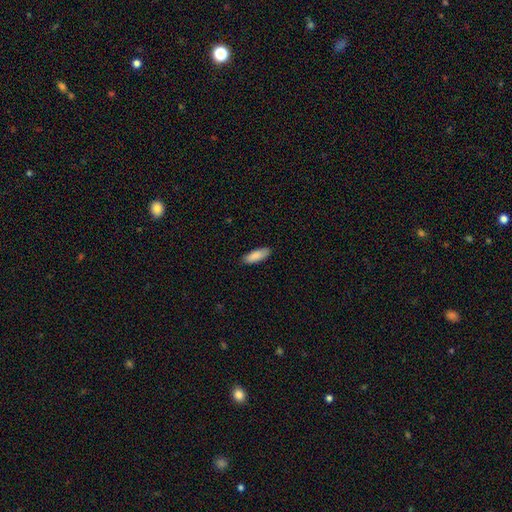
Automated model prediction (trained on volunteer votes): A smooth galaxy with no disk features (88%) that is in between round and cigar-shaped (66%). Merging: none (88%).